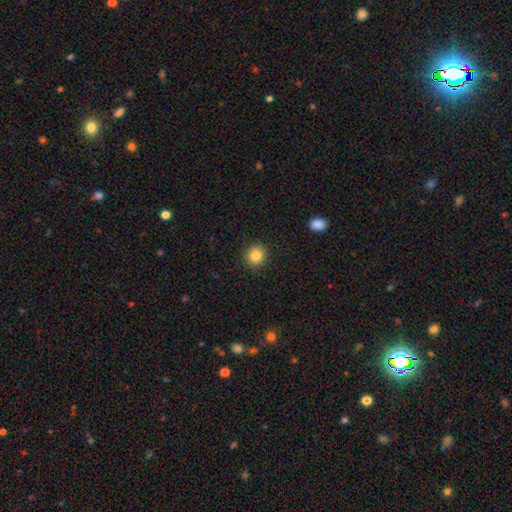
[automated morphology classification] Smooth or featured: smooth — 85% (star or artifact — 10%)
How rounded: round — 89% (in between — 10%)
Merging: none — 92% (minor disturbance — 6%)